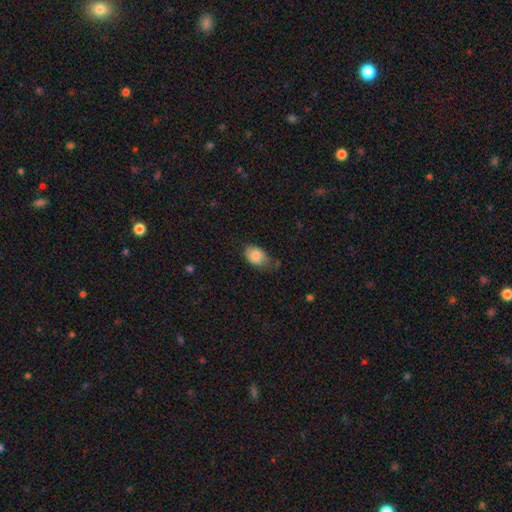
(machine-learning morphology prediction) Q: Smooth or featured?
A: smooth (84%); runner-up: featured or disk (9%)
Q: How rounded?
A: in between (86%); runner-up: round (13%)
Q: Merging?
A: none (54%); runner-up: minor disturbance (35%)